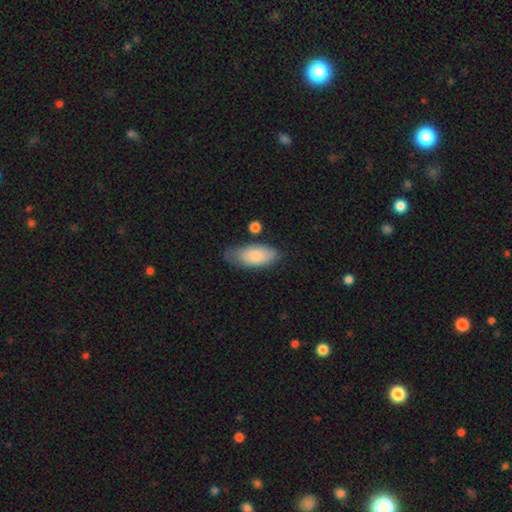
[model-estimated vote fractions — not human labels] Overall: smooth (79%). How rounded: in between (89%). Merging: none (63%; minor disturbance 26%).